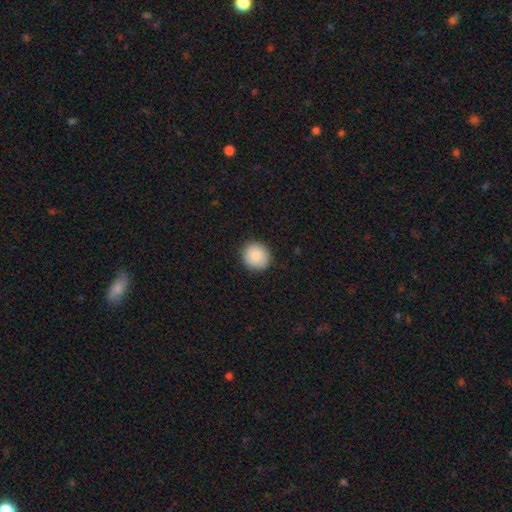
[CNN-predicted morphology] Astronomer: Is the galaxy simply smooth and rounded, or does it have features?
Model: smooth — 83%.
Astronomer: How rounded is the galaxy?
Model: round — 92%.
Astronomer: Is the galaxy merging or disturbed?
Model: none — 89%.